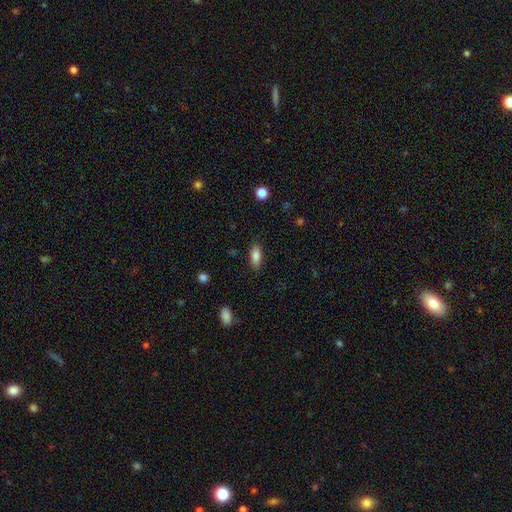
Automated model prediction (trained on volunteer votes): A smooth galaxy with no disk features (85%) that is in between round and cigar-shaped (79%). Merging: none (85%).